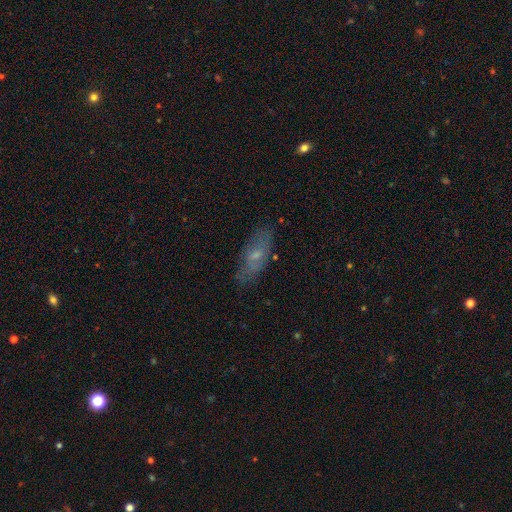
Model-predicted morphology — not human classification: This appears to be a smooth galaxy with no disk features (53%) that is in between round and cigar-shaped (65%). Merging: none (75%).